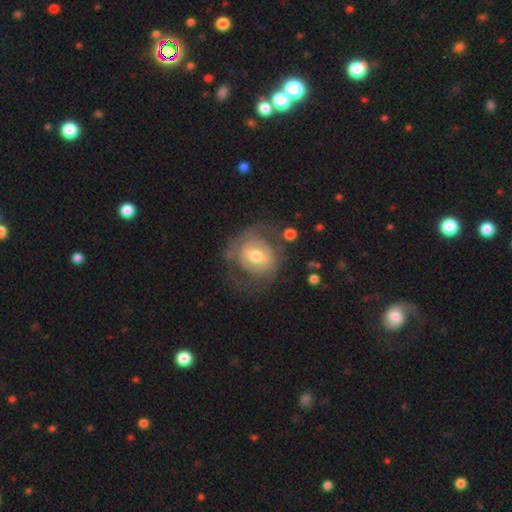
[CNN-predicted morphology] This is likely a featured or disk galaxy (63%). It is clearly not viewed edge-on (96%). Bar: marginally no (42%). Spiral arm pattern: likely yes (61%). Central bulge: likely moderate (71%). Merging: possibly none (56%).